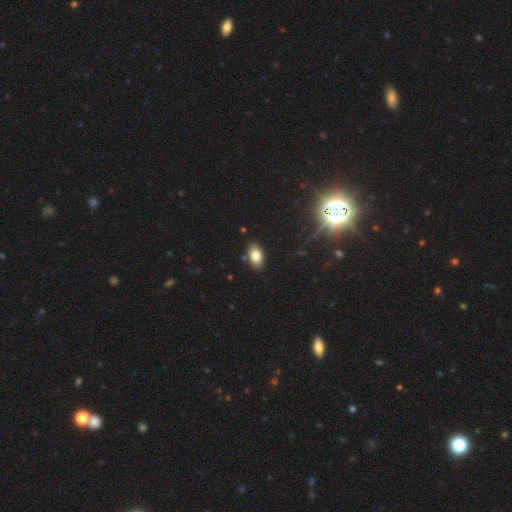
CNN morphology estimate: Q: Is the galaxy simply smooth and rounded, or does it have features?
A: smooth — 78%.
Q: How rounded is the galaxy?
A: in between — 91%.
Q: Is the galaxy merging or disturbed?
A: none — 86%.